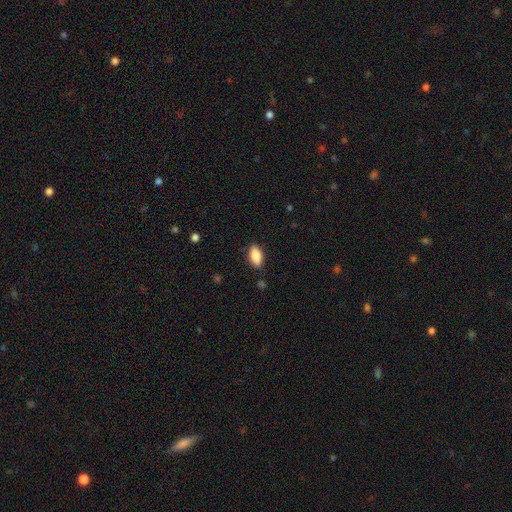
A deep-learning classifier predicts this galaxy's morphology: smooth-or-featured: smooth: 81% | featured or disk: 12% | star or artifact: 7%
  how-rounded: in between: 87% | cigar-shaped: 10% | round: 3%
  merging: none: 85% | minor disturbance: 11% | major disturbance: 2% | merger: 1%